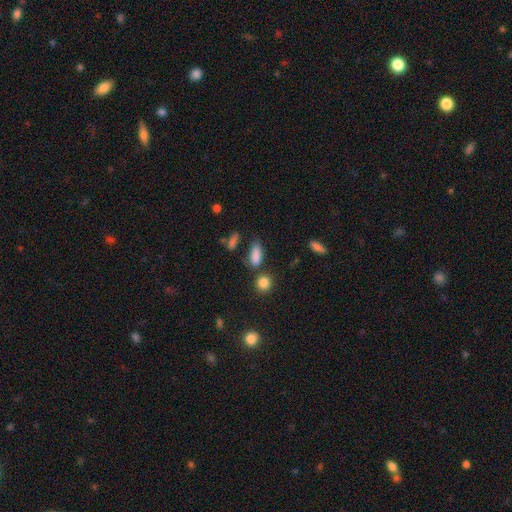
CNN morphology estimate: Smooth or featured? Predicted: smooth (p=0.83). How rounded? Predicted: in between (p=0.71). Merging? Predicted: none (p=0.62).